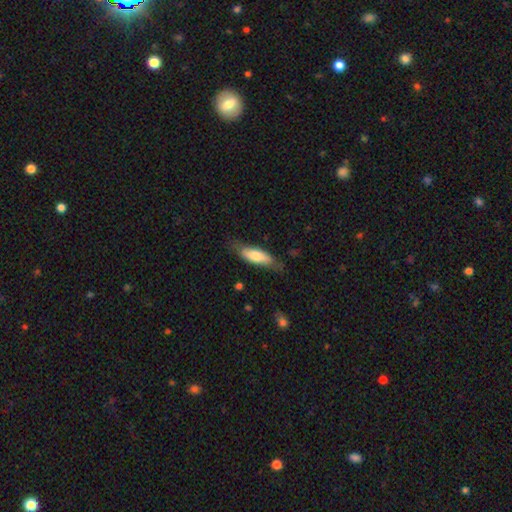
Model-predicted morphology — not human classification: Overall: smooth (71%). How rounded: in between (59%; cigar-shaped 39%). Merging: none (66%).